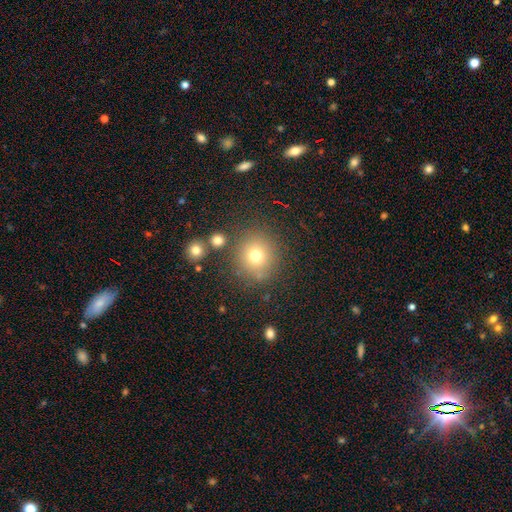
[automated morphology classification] Smooth or featured?
  - smooth: 73% *
  - star or artifact: 17%
  - featured or disk: 10%
How rounded?
  - round: 91% *
  - in between: 8%
  - cigar-shaped: 1%
Merging?
  - none: 82% *
  - minor disturbance: 9%
  - merger: 5%
  - major disturbance: 4%